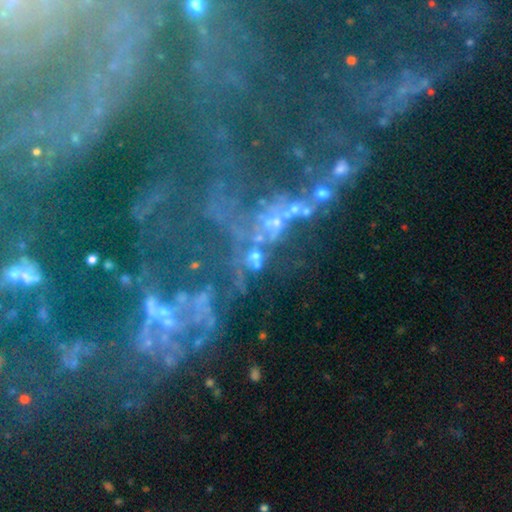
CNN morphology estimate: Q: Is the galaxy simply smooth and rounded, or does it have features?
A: featured or disk — 48%.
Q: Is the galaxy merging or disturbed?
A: merger — 32%.